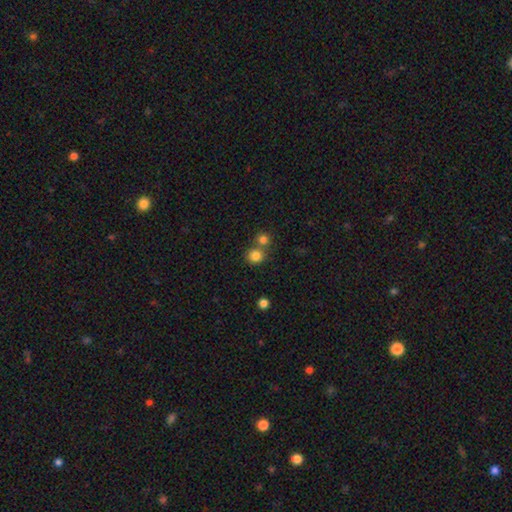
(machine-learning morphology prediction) This is clearly a smooth galaxy (82%). How rounded: clearly round (87%). Merging: likely none (62%).